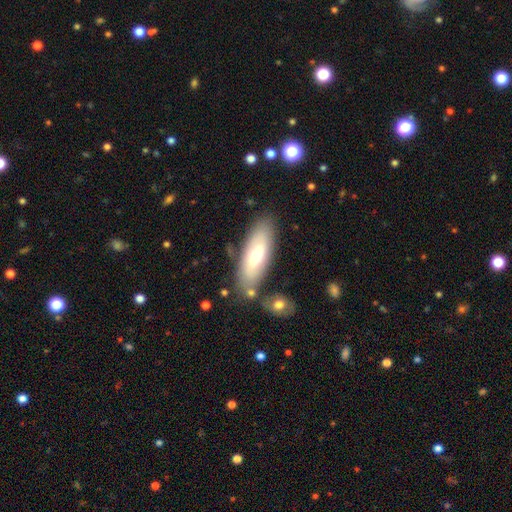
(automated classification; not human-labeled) This appears to be a smooth galaxy with no disk features (59%) that is in between round and cigar-shaped (68%). Merging: none (76%).